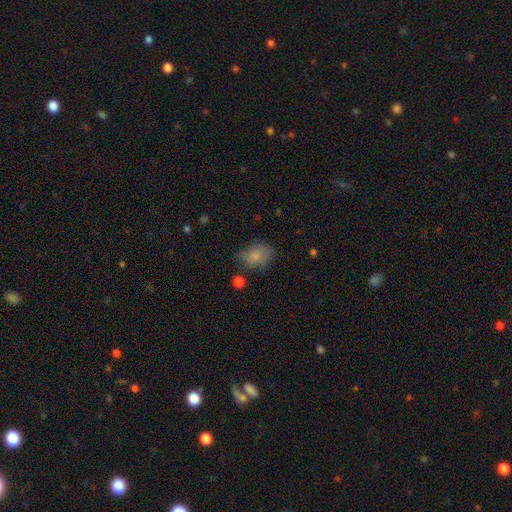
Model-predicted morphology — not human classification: type=smooth (80%); roundness=in between (74%); merging=none (59%).